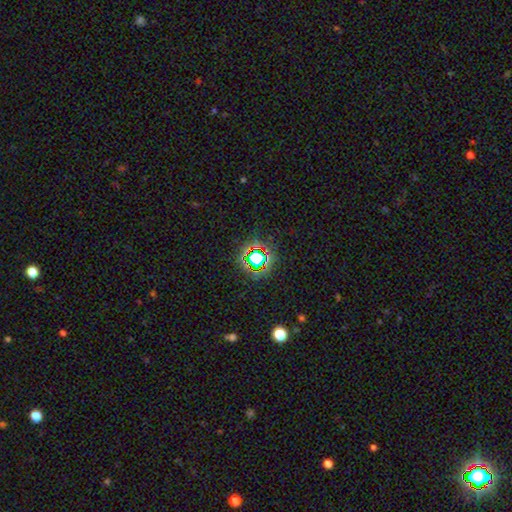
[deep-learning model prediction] A star or artifact, not a galaxy (67%).